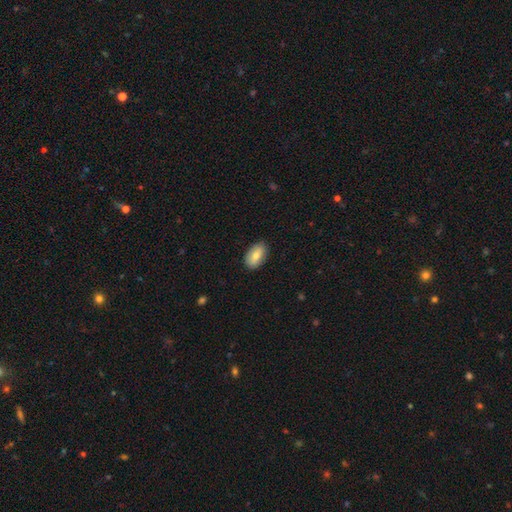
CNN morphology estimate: This appears to be a smooth galaxy with no disk features (77%) that is in between round and cigar-shaped (92%). Merging: none (87%).